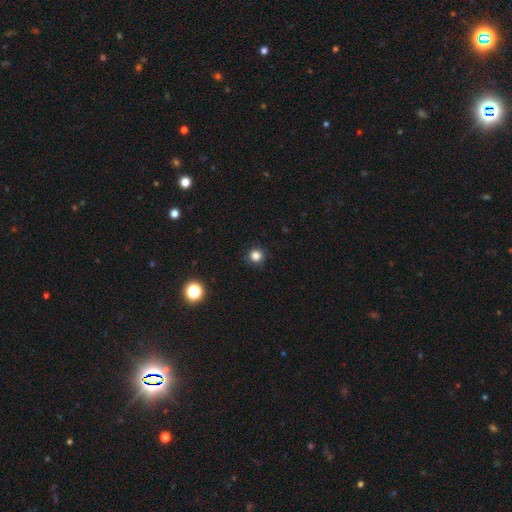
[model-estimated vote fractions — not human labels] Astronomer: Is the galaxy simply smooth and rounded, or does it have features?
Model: smooth — 83%.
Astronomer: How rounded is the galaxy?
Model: round — 92%.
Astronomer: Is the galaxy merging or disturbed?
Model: none — 89%.